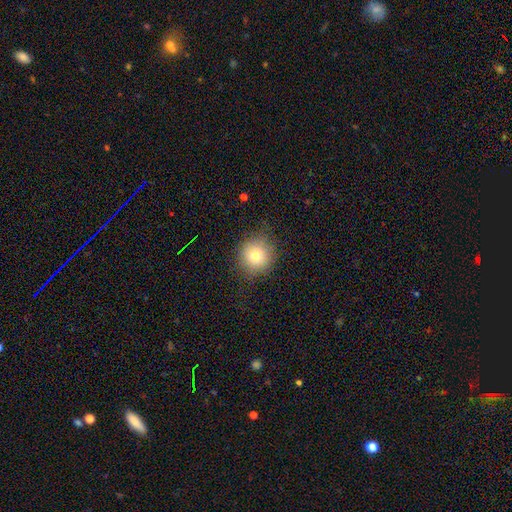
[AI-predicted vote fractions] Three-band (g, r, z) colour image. It shows a smooth galaxy with no disk features (76%) that is round (90%). Merging: none (82%).